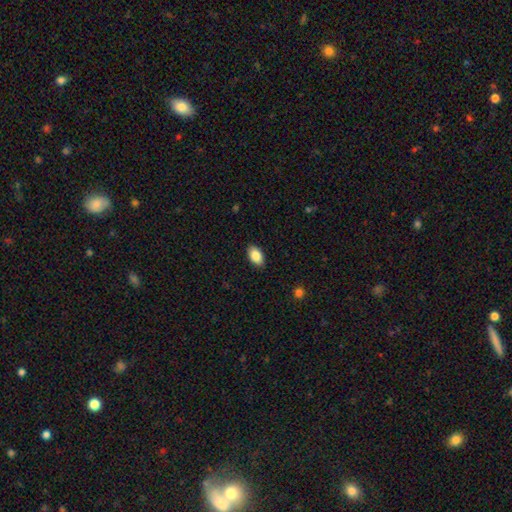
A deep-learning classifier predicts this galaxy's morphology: Smooth or featured? Predicted: smooth (p=0.86). How rounded? Predicted: in between (p=0.93). Merging? Predicted: none (p=0.88).